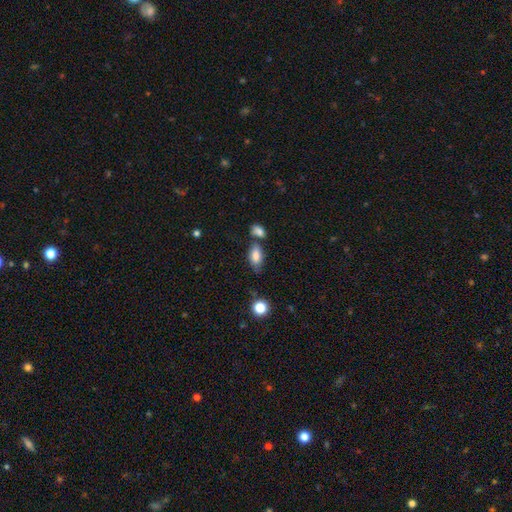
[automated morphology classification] Smooth or featured? smooth (81%)
How rounded? in between (90%)
Merging? none (58%)